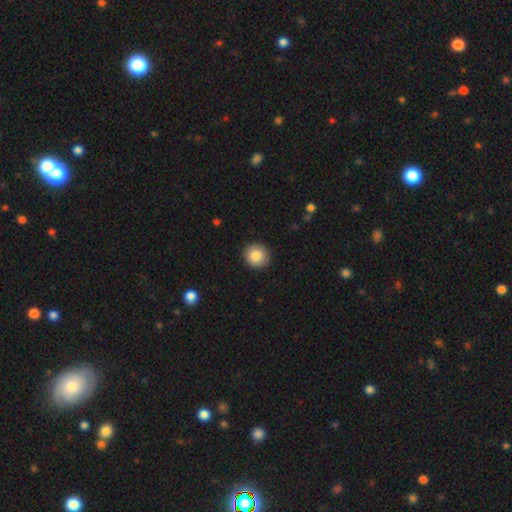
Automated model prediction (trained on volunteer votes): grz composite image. It shows a smooth galaxy with no disk features (85%) that is round (90%). Merging: none (92%).